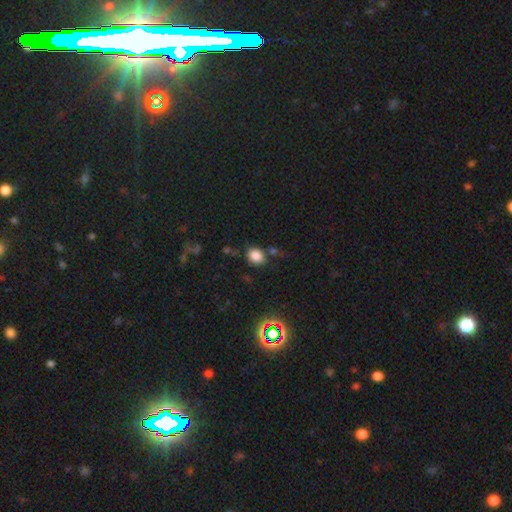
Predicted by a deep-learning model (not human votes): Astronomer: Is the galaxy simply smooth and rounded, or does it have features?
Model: smooth — 81%.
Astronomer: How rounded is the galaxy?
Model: round — 55% (runner-up: in between, 44%).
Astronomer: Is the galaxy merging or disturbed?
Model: none — 73%.